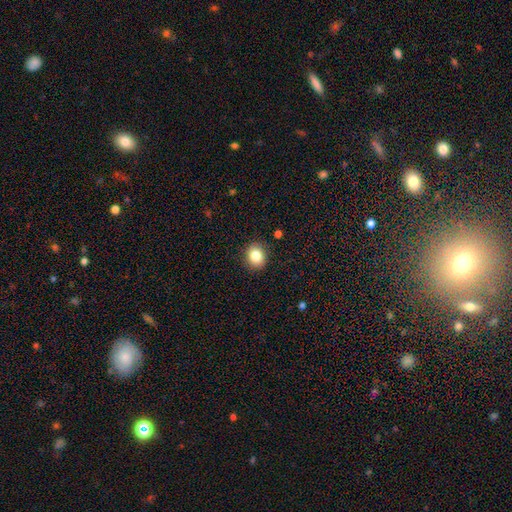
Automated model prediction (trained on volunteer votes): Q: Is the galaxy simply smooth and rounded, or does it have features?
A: smooth — 83%.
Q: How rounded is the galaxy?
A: round — 68%.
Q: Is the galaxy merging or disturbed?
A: none — 89%.